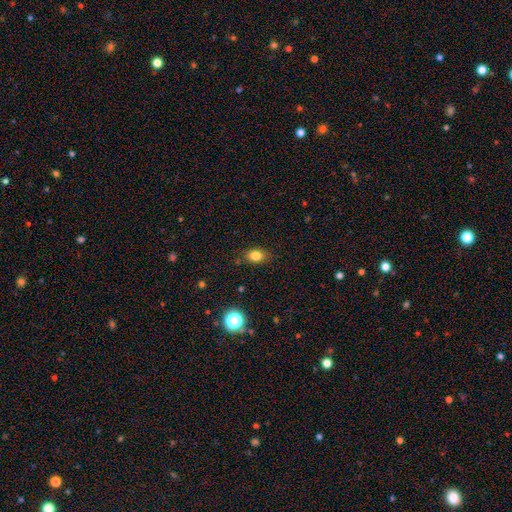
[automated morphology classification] A smooth galaxy with no disk features (82%) that is in between round and cigar-shaped (74%).

Vote fractions:
- Smooth or featured? smooth: 82% / star or artifact: 12% / featured or disk: 7%
- How rounded? in between: 74% / round: 24% / cigar-shaped: 2%
- Merging? none: 83% / minor disturbance: 12% / major disturbance: 3% / merger: 1%